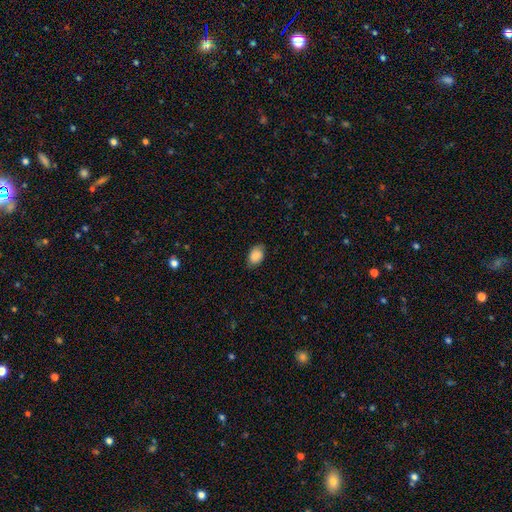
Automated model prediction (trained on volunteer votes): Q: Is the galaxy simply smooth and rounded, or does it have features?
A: smooth — 85%.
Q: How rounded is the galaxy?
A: in between — 85%.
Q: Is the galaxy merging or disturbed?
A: none — 78%.